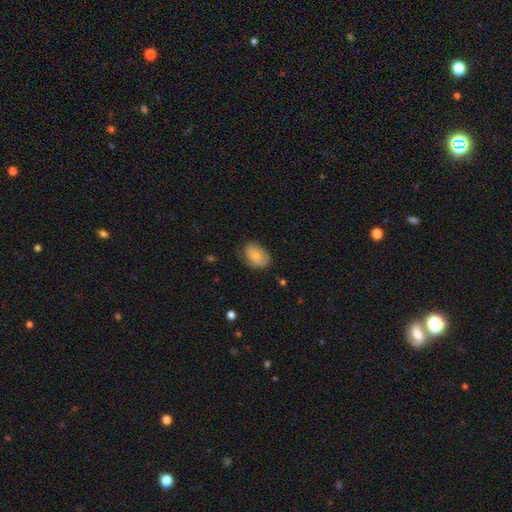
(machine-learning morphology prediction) Q: Smooth or featured?
A: smooth (71%); runner-up: featured or disk (21%)
Q: How rounded?
A: in between (79%); runner-up: round (20%)
Q: Merging?
A: none (67%); runner-up: minor disturbance (25%)